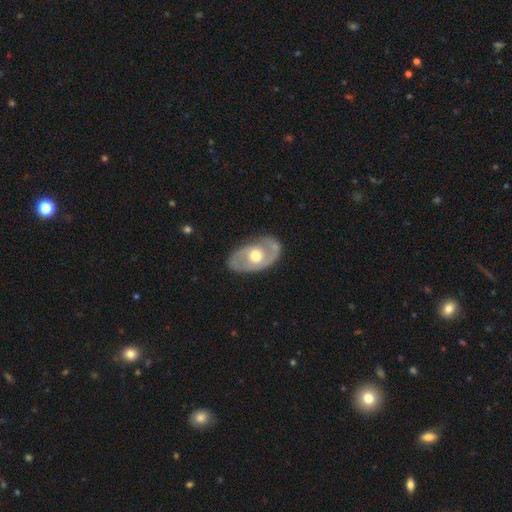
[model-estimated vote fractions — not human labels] This is likely a featured or disk galaxy (69%). It is clearly not viewed edge-on (92%). Bar: clearly no (80%). Spiral arm pattern: possibly yes (54%). Central bulge: likely moderate (75%). Merging: likely none (78%).